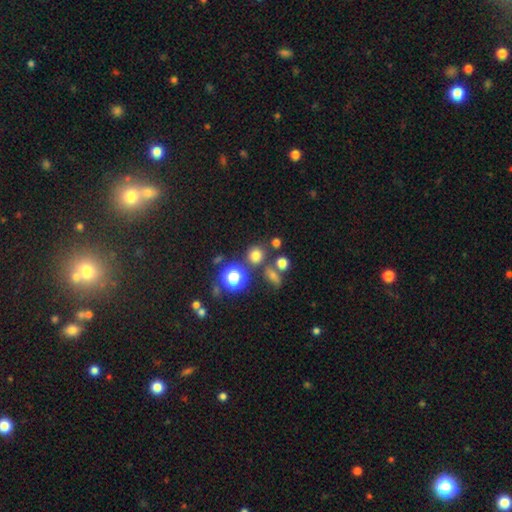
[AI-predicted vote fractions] smooth 71%, star or artifact 21%, featured or disk 7%. Down the decision tree: how rounded — round (86%); merging — none (74%).